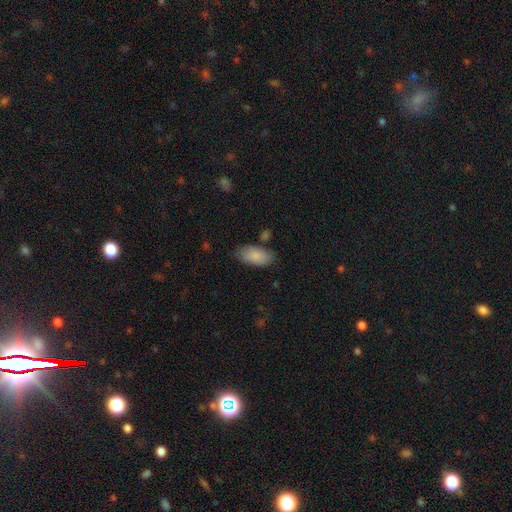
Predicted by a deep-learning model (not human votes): Smooth or featured?
  - smooth: 86% *
  - featured or disk: 8%
  - star or artifact: 6%
How rounded?
  - in between: 93% *
  - cigar-shaped: 4%
  - round: 2%
Merging?
  - none: 74% *
  - minor disturbance: 18%
  - merger: 4%
  - major disturbance: 4%